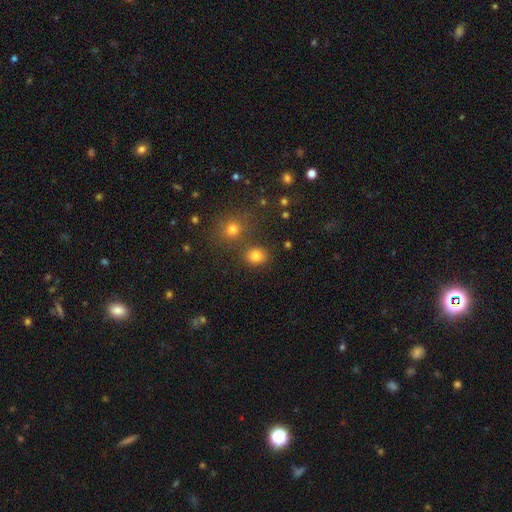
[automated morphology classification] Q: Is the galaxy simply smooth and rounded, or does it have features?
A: smooth — 80%.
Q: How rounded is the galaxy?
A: round — 67%.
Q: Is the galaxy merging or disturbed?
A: none — 75%.